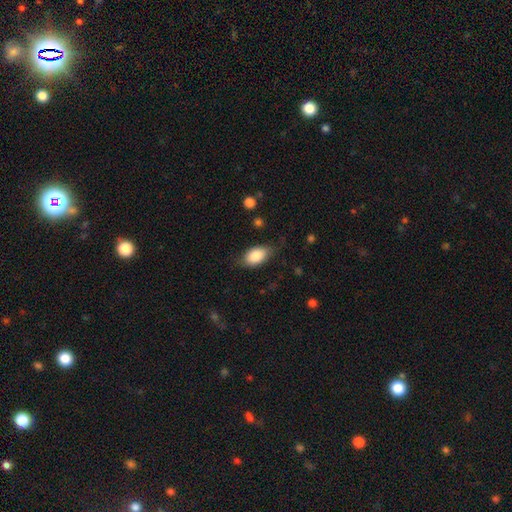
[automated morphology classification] smooth 84%, featured or disk 9%, star or artifact 7%. Down the decision tree: how rounded — in between (91%); merging — none (70%).